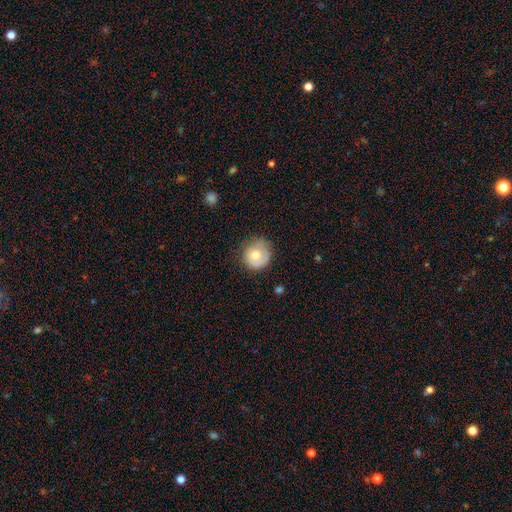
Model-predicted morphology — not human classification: A smooth galaxy with no disk features (56%) that is round (84%). Merging: none (68%).